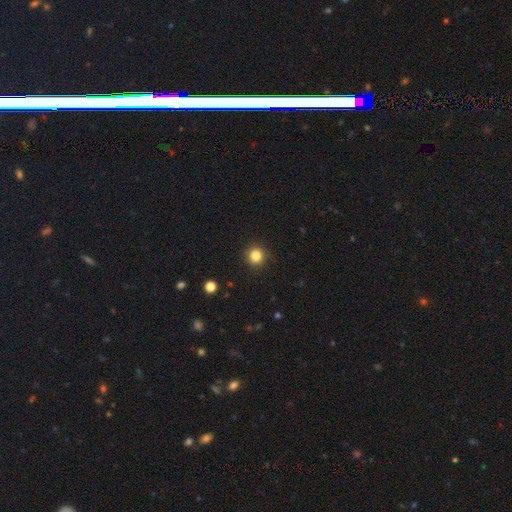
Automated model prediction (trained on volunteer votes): A smooth galaxy with no disk features (83%) that is round (94%).

Vote fractions:
- Smooth or featured? smooth: 83% / star or artifact: 12% / featured or disk: 4%
- How rounded? round: 94% / in between: 5% / cigar-shaped: 1%
- Merging? none: 92% / minor disturbance: 5% / major disturbance: 2% / merger: 1%